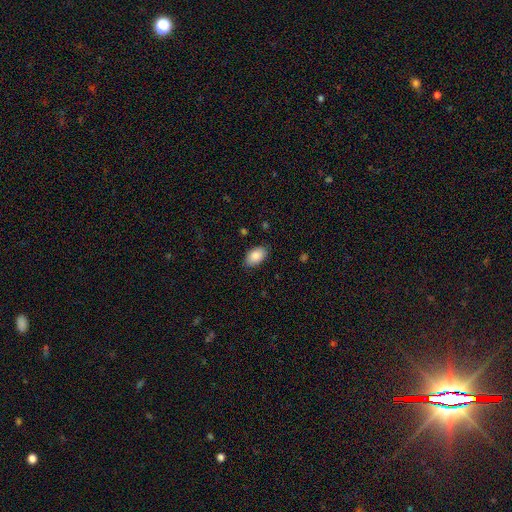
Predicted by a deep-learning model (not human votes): smooth-or-featured: smooth: 86% | featured or disk: 7% | star or artifact: 7%
  how-rounded: in between: 91% | round: 7% | cigar-shaped: 1%
  merging: none: 84% | minor disturbance: 13% | major disturbance: 2% | merger: 1%